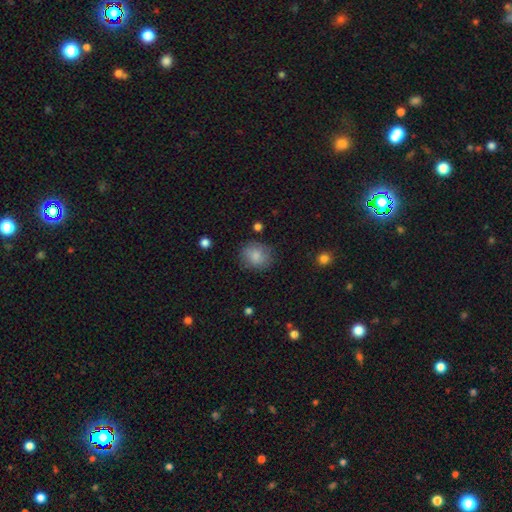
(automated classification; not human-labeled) This is clearly a smooth galaxy (84%). How rounded: likely round (70%). Merging: likely none (76%).